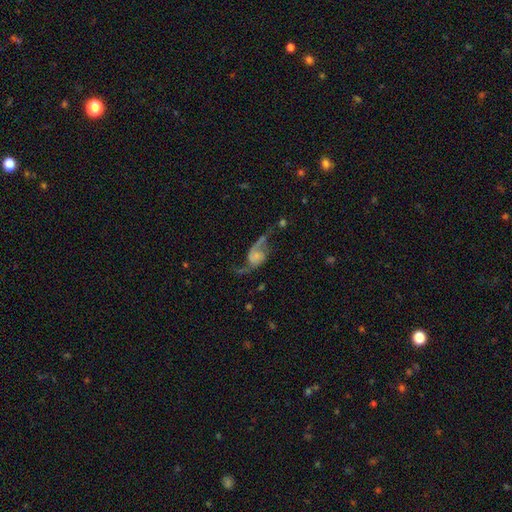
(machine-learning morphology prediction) smooth-or-featured: featured or disk: 79% | smooth: 14% | star or artifact: 8%
  disk-edge-on: no: 97% | yes: 3%
    bar: no: 70% | weak: 24% | strong: 6%
    has-spiral-arms: yes: 92% | no: 8%
      spiral-winding: loose: 82% | medium: 15% | tight: 4%
      spiral-arm-count: 2: 90% | 1: 5% | can't tell: 2% | 3: 1% | 4: 1% | more than 4: 1%
    bulge-size: small: 44% | none: 31% | moderate: 16% | large: 6% | dominant: 3%
  merging: none: 43% | major disturbance: 29% | minor disturbance: 21% | merger: 7%